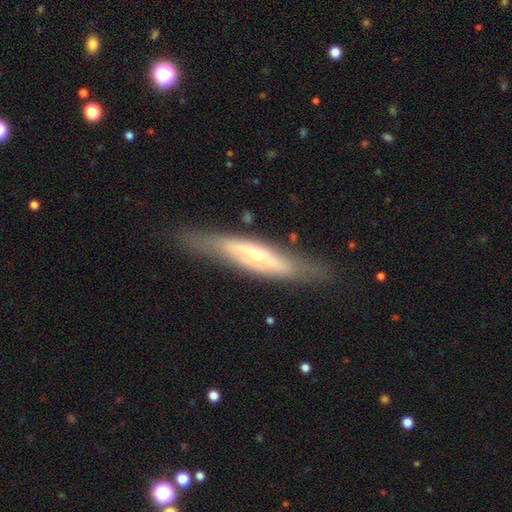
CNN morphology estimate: Q: Smooth or featured?
A: featured or disk (62%); runner-up: smooth (32%)
Q: Edge-on disk?
A: yes (69%); runner-up: no (31%)
Q: Merging?
A: none (79%); runner-up: minor disturbance (15%)